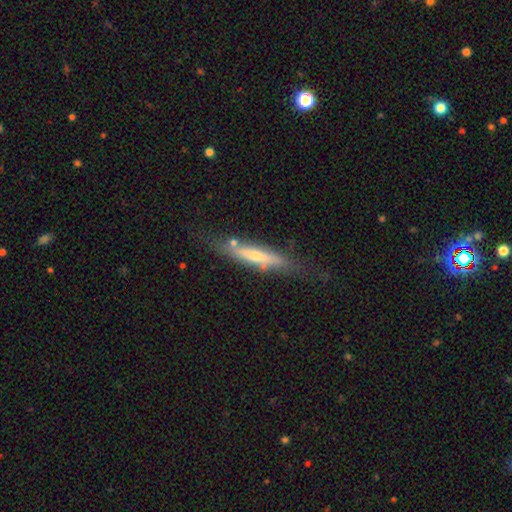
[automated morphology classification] smooth-or-featured: featured or disk: 50% | smooth: 44% | star or artifact: 6%
  merging: none: 65% | minor disturbance: 21% | major disturbance: 8% | merger: 6%